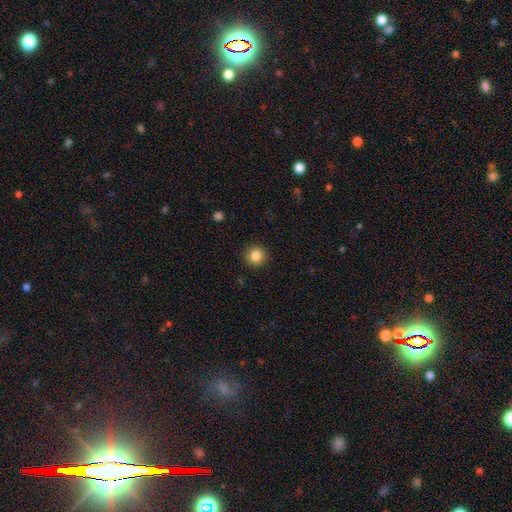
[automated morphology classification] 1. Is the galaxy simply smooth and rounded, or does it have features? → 85% smooth, 10% star or artifact, 5% featured or disk.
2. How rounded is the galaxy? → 91% round, 8% in between, 1% cigar-shaped.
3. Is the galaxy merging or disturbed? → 91% none, 6% minor disturbance, 2% major disturbance, 1% merger.